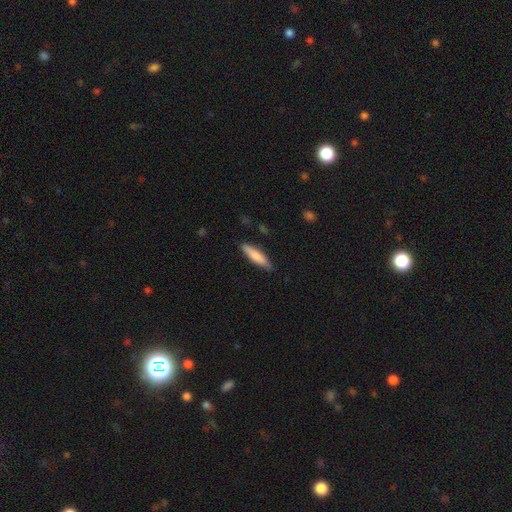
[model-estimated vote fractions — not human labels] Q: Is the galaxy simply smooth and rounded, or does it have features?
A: smooth — 78%.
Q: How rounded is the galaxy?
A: cigar-shaped — 75%.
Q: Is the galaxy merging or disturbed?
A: none — 84%.